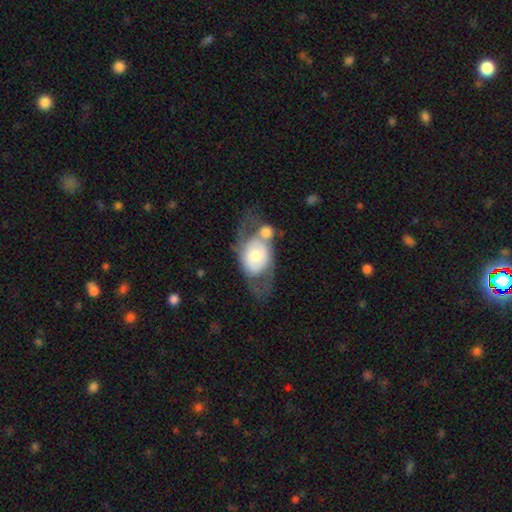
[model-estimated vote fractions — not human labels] This appears to be a featured or disk galaxy (54%). Merging: merger (36%).